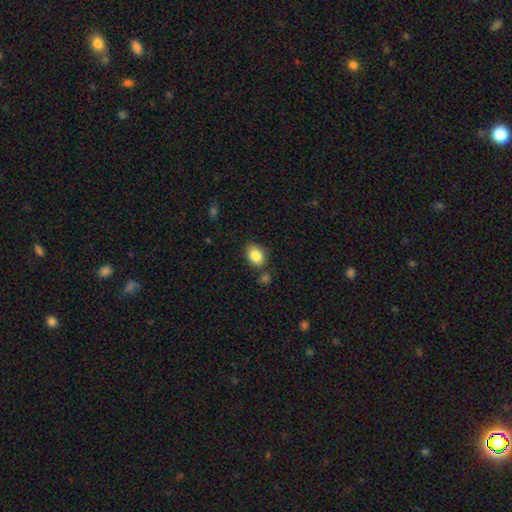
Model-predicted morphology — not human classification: A smooth galaxy with no disk features (86%) that is in between round and cigar-shaped (69%). Merging: none (79%).